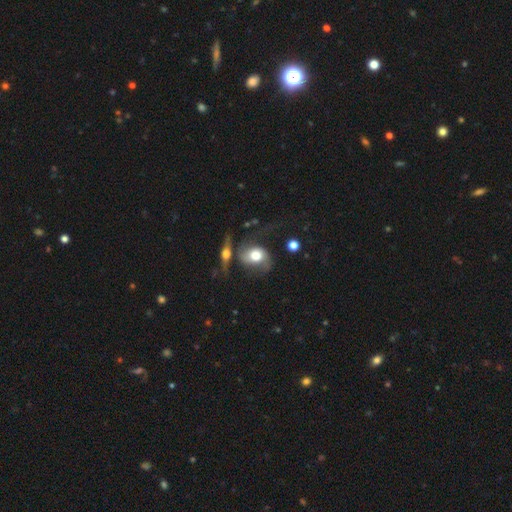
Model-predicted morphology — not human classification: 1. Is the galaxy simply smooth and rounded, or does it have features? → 53% featured or disk, 40% smooth, 7% star or artifact.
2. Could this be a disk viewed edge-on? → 94% no, 6% yes.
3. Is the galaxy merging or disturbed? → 39% none, 23% major disturbance, 20% merger, 18% minor disturbance.